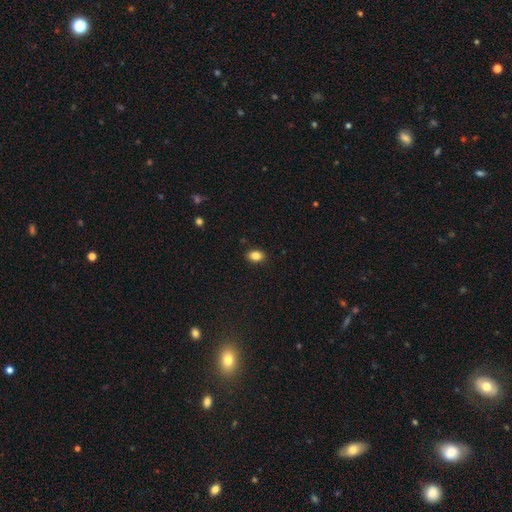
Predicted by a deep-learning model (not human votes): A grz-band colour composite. It shows a smooth galaxy with no disk features (85%) that is in between round and cigar-shaped (80%). Merging: none (89%).